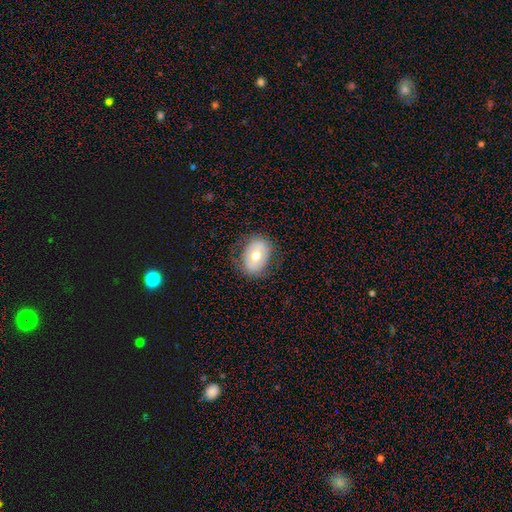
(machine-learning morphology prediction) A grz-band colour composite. It shows a smooth galaxy with no disk features (57%) that is in between round and cigar-shaped (68%). Merging: none (74%).